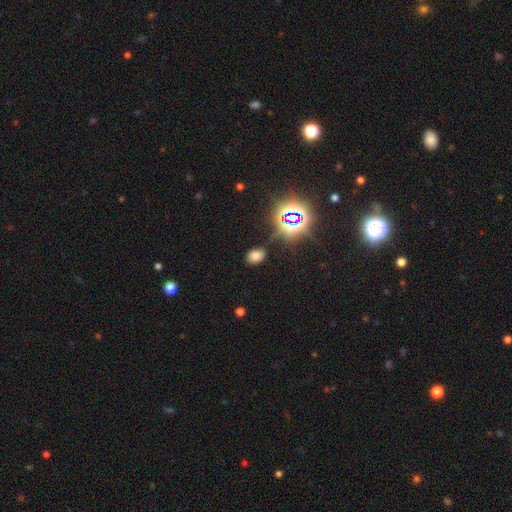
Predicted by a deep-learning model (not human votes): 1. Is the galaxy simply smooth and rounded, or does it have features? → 64% smooth, 29% star or artifact, 7% featured or disk.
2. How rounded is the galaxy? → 78% in between, 21% round, 1% cigar-shaped.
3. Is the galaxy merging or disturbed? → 74% none, 18% minor disturbance, 6% major disturbance, 3% merger.